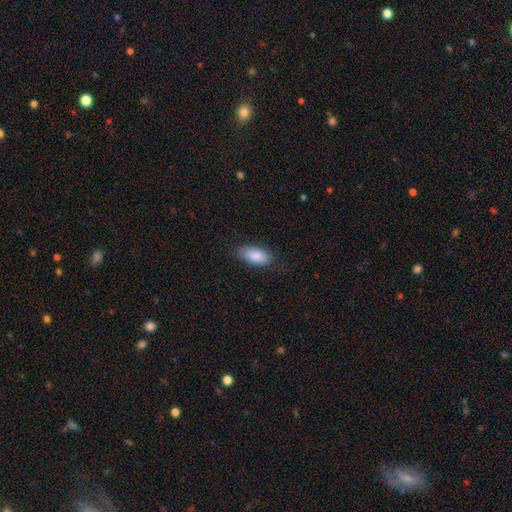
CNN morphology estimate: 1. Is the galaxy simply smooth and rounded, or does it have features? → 88% smooth, 6% star or artifact, 6% featured or disk.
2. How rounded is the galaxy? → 92% in between, 6% cigar-shaped, 2% round.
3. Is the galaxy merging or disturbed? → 80% none, 15% minor disturbance, 4% major disturbance, 1% merger.